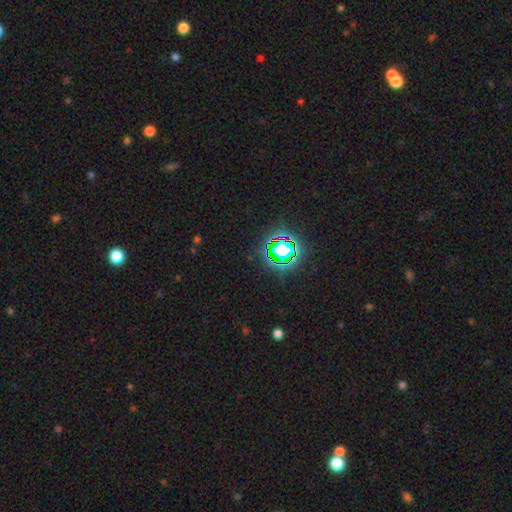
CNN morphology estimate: A star or artifact, not a galaxy (79%).